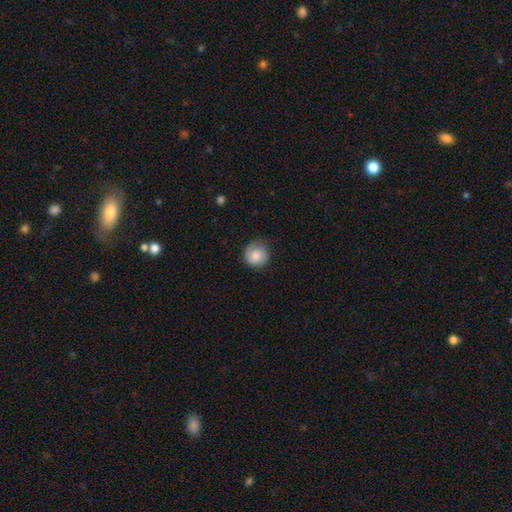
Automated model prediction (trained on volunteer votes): Q: Smooth or featured?
A: smooth (76%); runner-up: featured or disk (17%)
Q: How rounded?
A: round (91%); runner-up: in between (8%)
Q: Merging?
A: none (77%); runner-up: minor disturbance (17%)